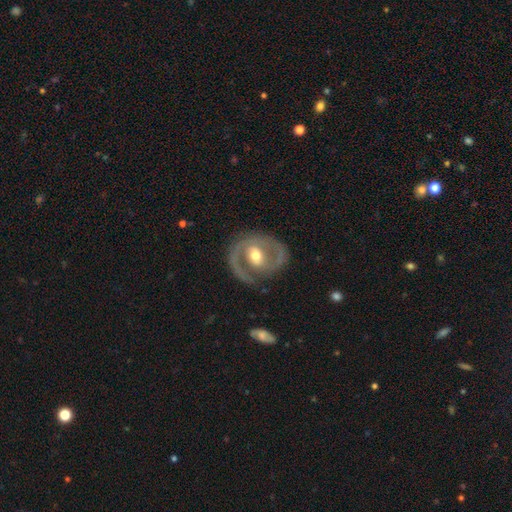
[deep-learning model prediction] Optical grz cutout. It shows a featured or disk galaxy (84%) with a weak bar (44%), 2 (85%) medium (50%) spiral arms (86%) and a moderate central bulge (72%). Merging: none (80%).